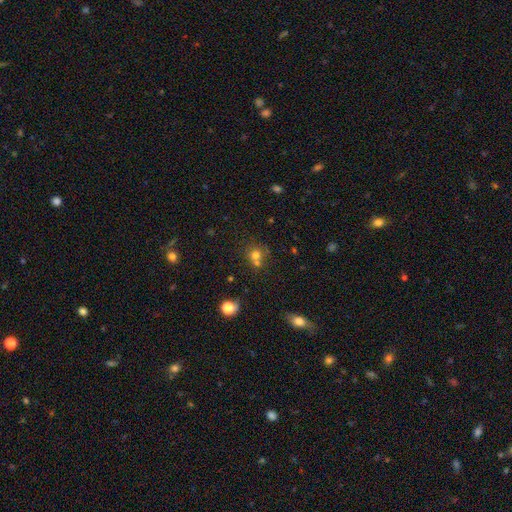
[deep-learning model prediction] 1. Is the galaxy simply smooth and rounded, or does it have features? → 71% smooth, 17% star or artifact, 12% featured or disk.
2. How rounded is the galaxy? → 84% round, 15% in between, 1% cigar-shaped.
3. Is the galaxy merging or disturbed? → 49% none, 38% merger, 9% minor disturbance, 4% major disturbance.